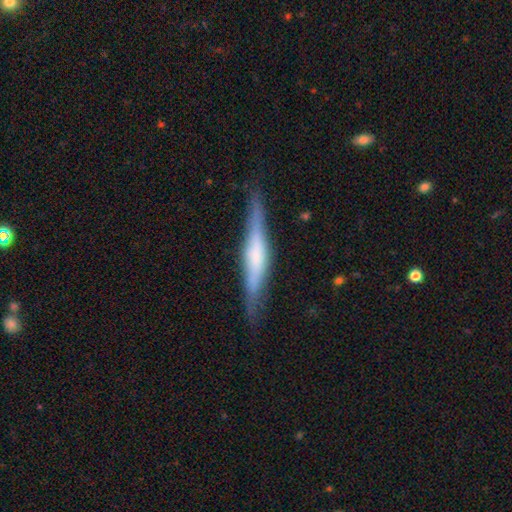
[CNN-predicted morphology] This is likely a featured or disk galaxy (63%). It is clearly viewed edge-on (96%). Edge-on bulge: marginally rounded (43%). Merging: clearly none (84%).